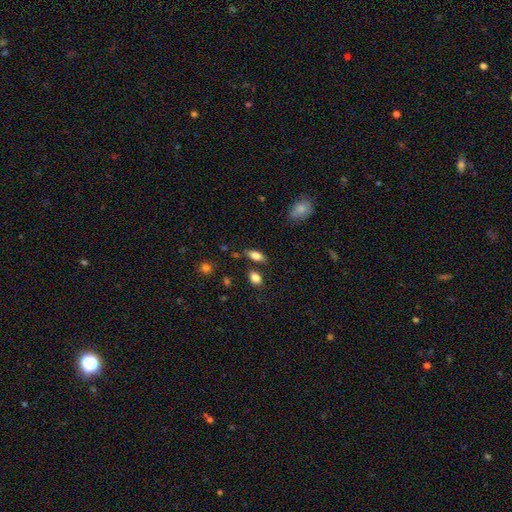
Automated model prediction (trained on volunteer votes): smooth_or_featured: smooth (p=0.78) [alt: featured or disk p=0.14]
how_rounded: in between (p=0.84) [alt: cigar-shaped p=0.11]
merging: none (p=0.76) [alt: minor disturbance p=0.13]